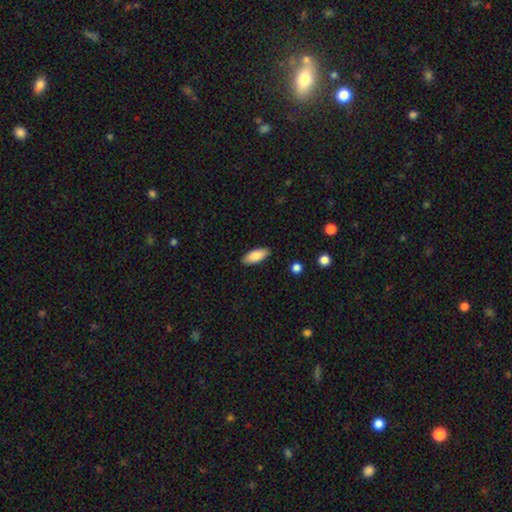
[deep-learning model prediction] This is clearly a smooth galaxy (85%). How rounded: clearly in between (81%). Merging: clearly none (88%).